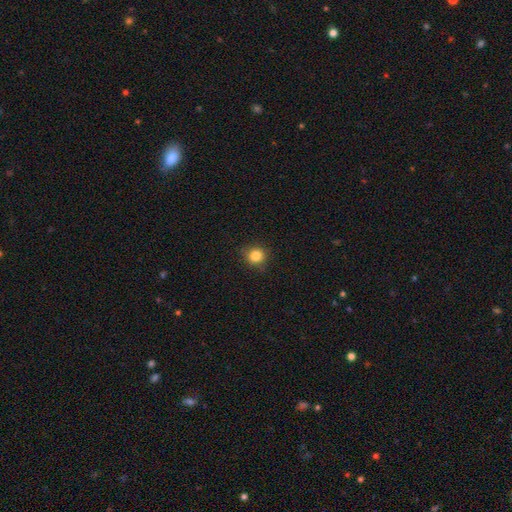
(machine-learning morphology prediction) Q: Smooth or featured?
A: smooth (83%); runner-up: star or artifact (12%)
Q: How rounded?
A: round (90%); runner-up: in between (9%)
Q: Merging?
A: none (87%); runner-up: minor disturbance (10%)